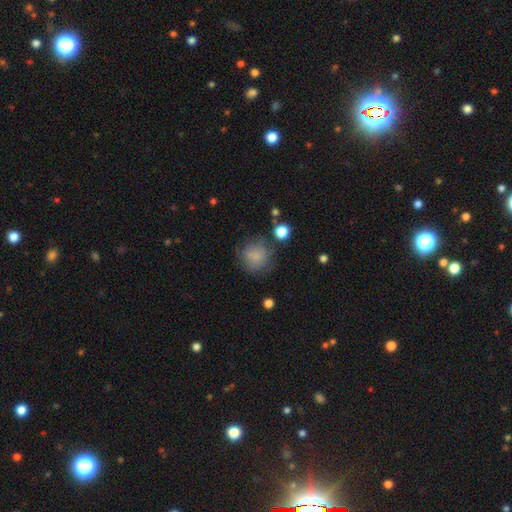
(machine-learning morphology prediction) Q: Smooth or featured?
A: smooth (77%); runner-up: featured or disk (13%)
Q: How rounded?
A: round (89%); runner-up: in between (10%)
Q: Merging?
A: none (65%); runner-up: minor disturbance (19%)